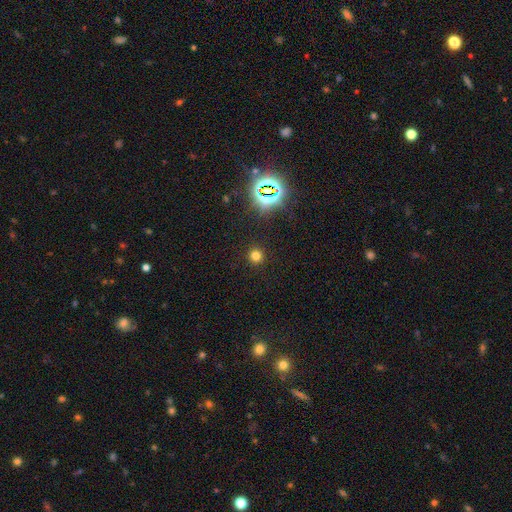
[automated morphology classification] smooth-or-featured: smooth: 72% | star or artifact: 23% | featured or disk: 6%
  how-rounded: round: 94% | in between: 5% | cigar-shaped: 1%
  merging: none: 91% | minor disturbance: 5% | major disturbance: 2% | merger: 1%